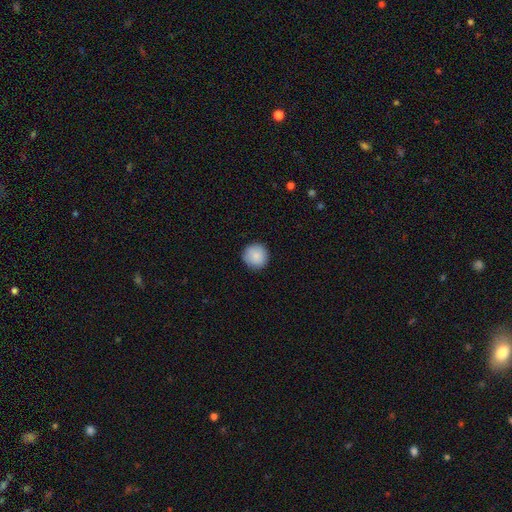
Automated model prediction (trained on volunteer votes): This is clearly a smooth galaxy (87%). How rounded: clearly round (95%). Merging: clearly none (90%).